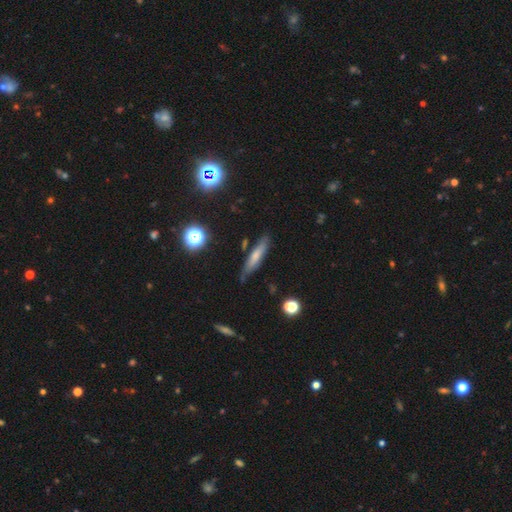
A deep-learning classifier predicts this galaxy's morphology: Overall: smooth (62%; featured or disk 28%). How rounded: cigar-shaped (82%). Merging: none (75%).